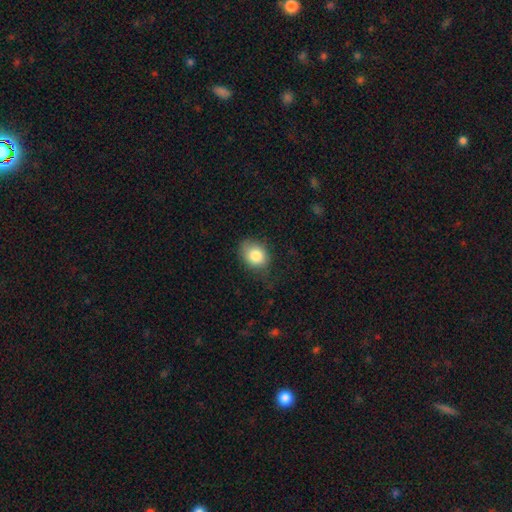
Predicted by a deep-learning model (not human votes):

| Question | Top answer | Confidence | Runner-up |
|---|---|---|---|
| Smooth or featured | smooth | 83% | star or artifact (8%) |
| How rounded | in between | 50% | round (49%) |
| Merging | none | 62% | minor disturbance (28%) |